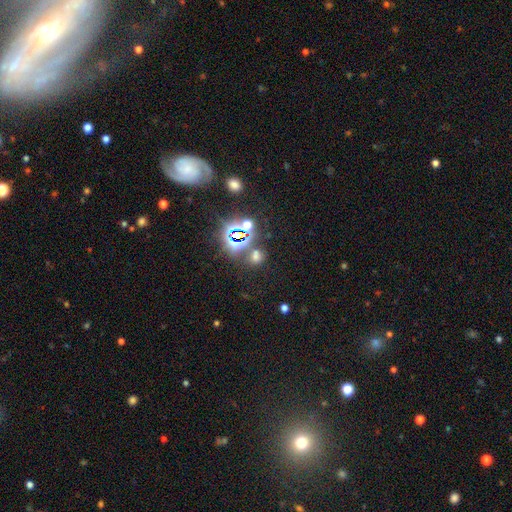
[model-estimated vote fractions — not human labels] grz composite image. It shows a star or artifact, not a galaxy (51%).